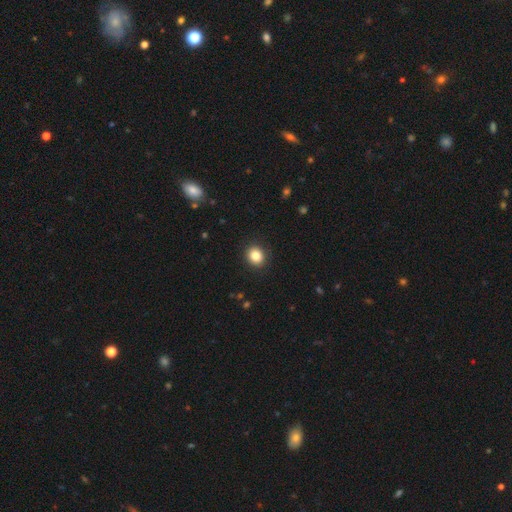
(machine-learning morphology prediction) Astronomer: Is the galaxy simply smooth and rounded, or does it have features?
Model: smooth — 84%.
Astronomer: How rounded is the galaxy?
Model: round — 77%.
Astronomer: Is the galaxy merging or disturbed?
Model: none — 91%.